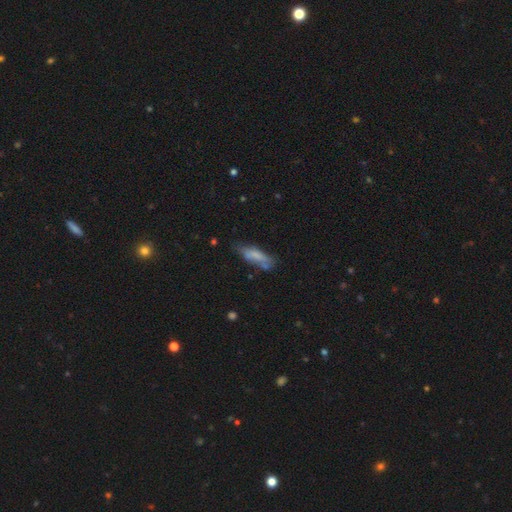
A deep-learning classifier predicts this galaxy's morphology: Overall: smooth (68%). How rounded: cigar-shaped (52%; in between 46%). Merging: none (53%; minor disturbance 29%).